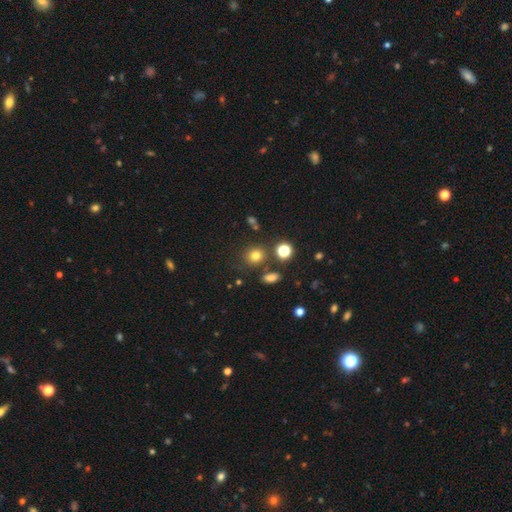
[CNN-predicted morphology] Smooth or featured? smooth (75%)
How rounded? round (82%)
Merging? none (76%)